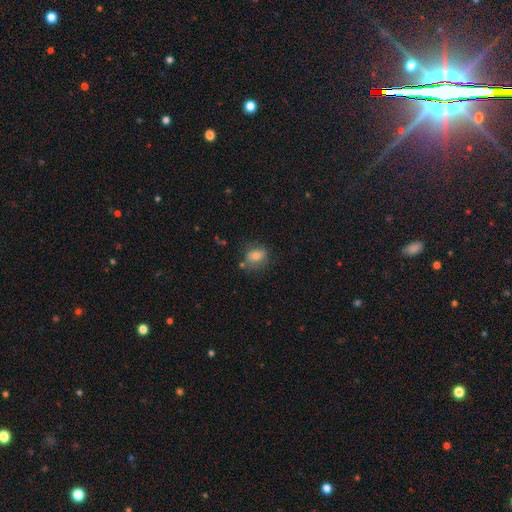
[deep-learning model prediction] Smooth or featured: smooth — 73% (featured or disk — 16%)
How rounded: in between — 61% (round — 37%)
Merging: none — 68% (minor disturbance — 19%)